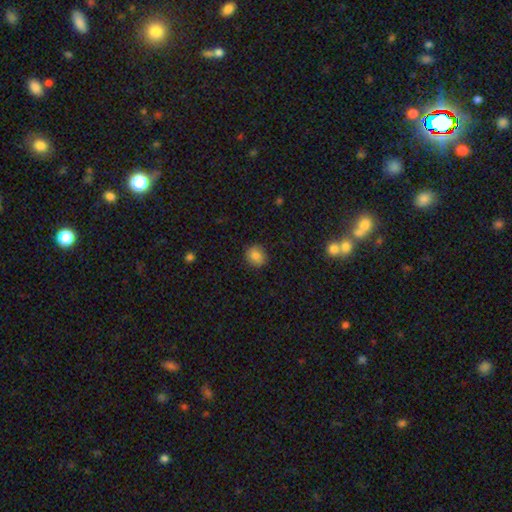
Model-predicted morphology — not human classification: Smooth or featured? smooth (84%)
How rounded? round (84%)
Merging? none (88%)